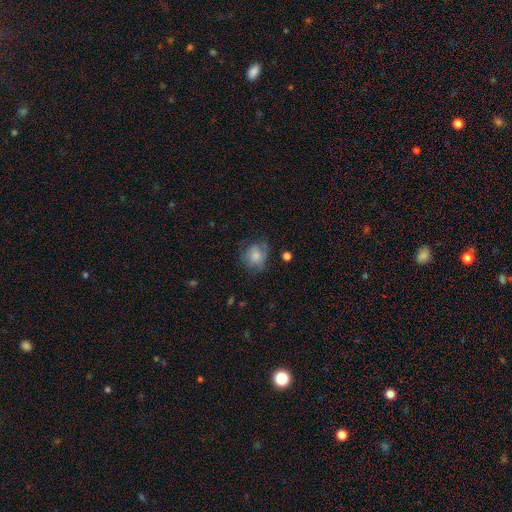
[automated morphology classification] This appears to be a smooth galaxy with no disk features (66%) that is round (62%). Merging: none (53%).